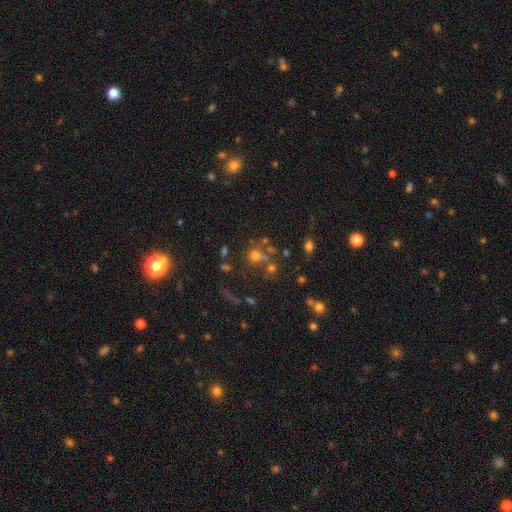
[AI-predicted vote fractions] Overall: smooth (58%; star or artifact 28%). How rounded: round (77%). Merging: none (51%; merger 25%).